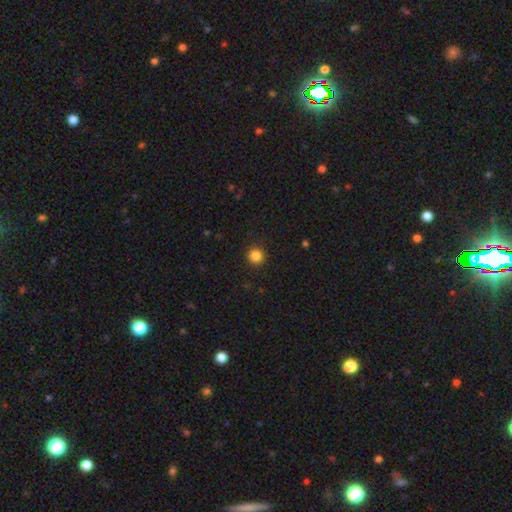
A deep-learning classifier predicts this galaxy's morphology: Smooth or featured? smooth (85%)
How rounded? round (95%)
Merging? none (92%)